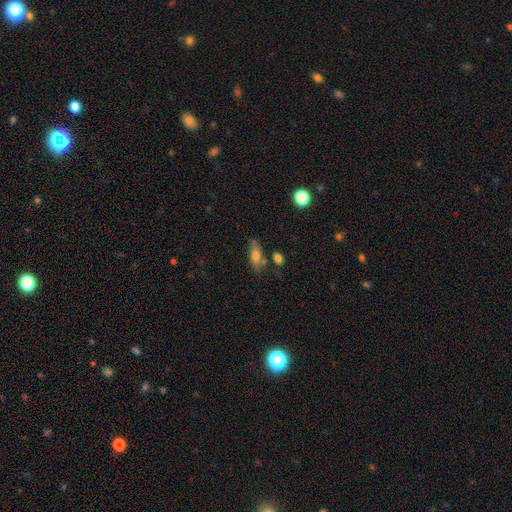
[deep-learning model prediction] Overall: smooth (67%). How rounded: in between (67%; cigar-shaped 29%). Merging: none (65%).